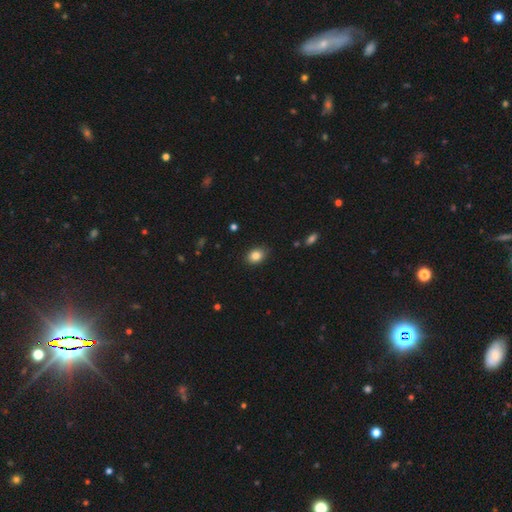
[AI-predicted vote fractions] Overall: smooth (85%). How rounded: in between (62%; round 37%). Merging: none (86%).